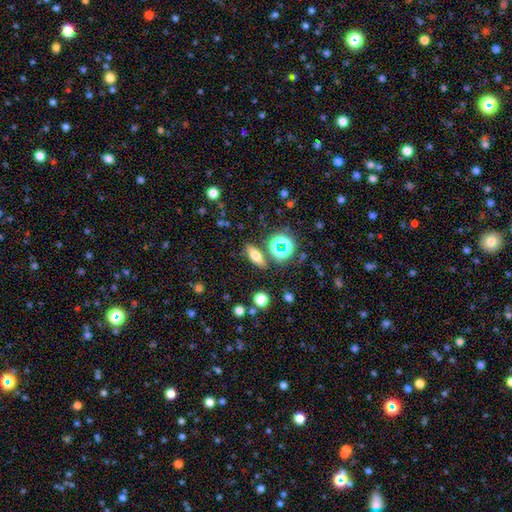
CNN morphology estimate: type=smooth (56%); roundness=in between (48%); merging=none (80%).